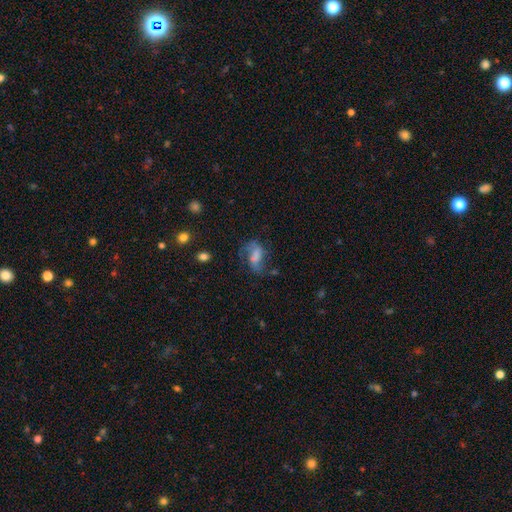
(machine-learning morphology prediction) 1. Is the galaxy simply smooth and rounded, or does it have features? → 45% smooth, 44% featured or disk, 11% star or artifact.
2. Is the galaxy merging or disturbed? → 45% none, 26% major disturbance, 25% minor disturbance, 5% merger.